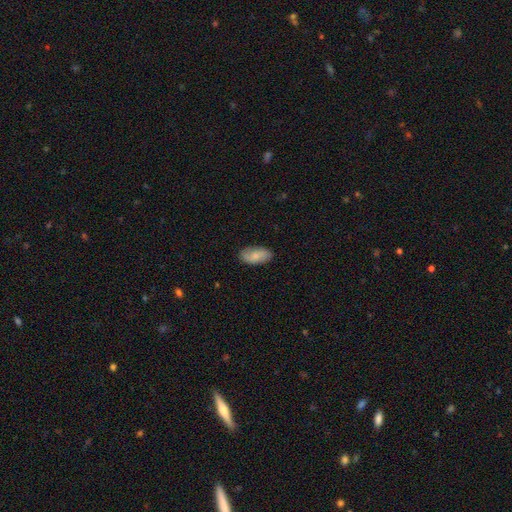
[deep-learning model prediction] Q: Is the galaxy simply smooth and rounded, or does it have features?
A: smooth — 75%.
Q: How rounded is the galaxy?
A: in between — 93%.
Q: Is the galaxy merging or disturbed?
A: none — 85%.